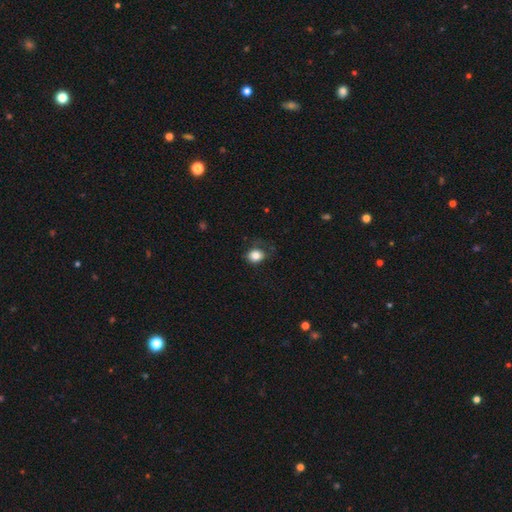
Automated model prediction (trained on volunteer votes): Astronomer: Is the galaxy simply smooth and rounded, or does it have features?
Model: smooth — 82%.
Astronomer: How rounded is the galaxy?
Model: round — 58% (runner-up: in between, 41%).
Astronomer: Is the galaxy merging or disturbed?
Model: none — 65%.